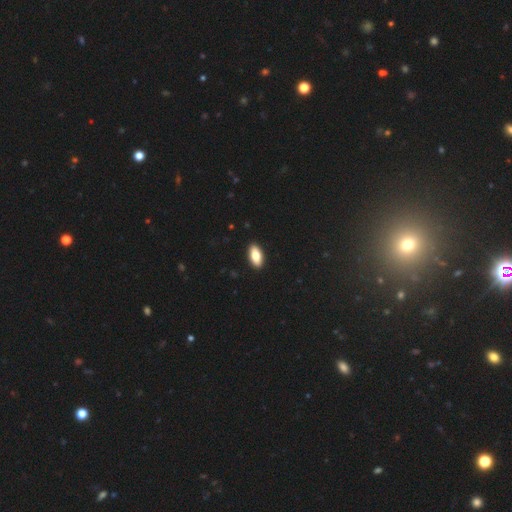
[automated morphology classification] A smooth galaxy with no disk features (81%) that is in between round and cigar-shaped (88%). Merging: none (91%).